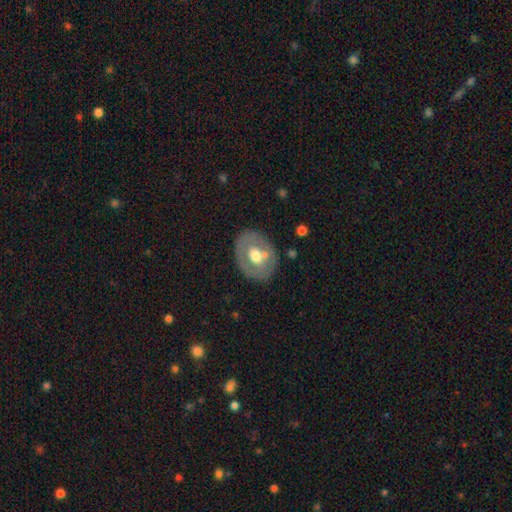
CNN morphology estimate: Smooth or featured? Predicted: smooth (p=0.47, tied with featured or disk). Merging? Predicted: none (p=0.76).